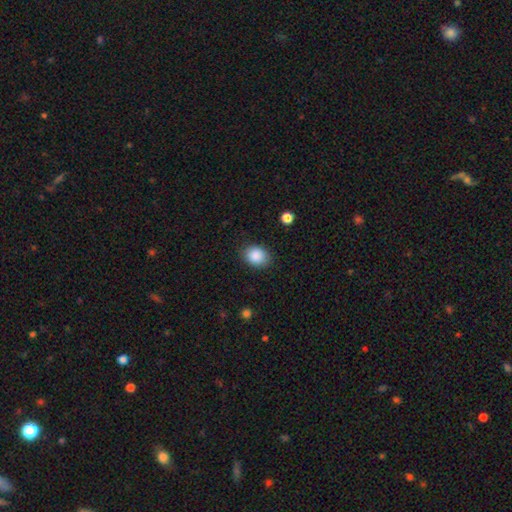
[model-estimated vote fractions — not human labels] This appears to be a smooth galaxy with no disk features (88%) that is in between round and cigar-shaped (52%). Merging: none (85%).